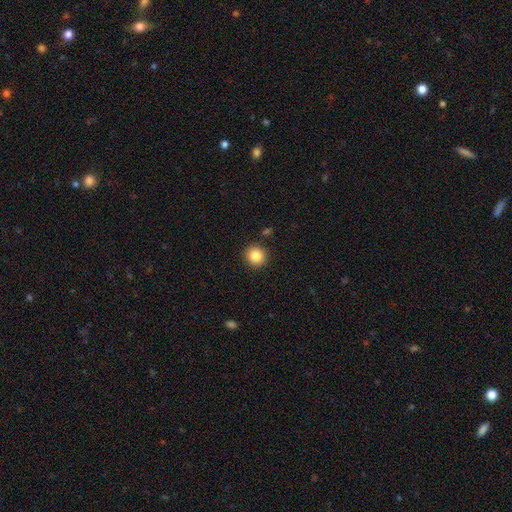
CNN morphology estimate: Smooth or featured?
  - smooth: 85% *
  - star or artifact: 10%
  - featured or disk: 5%
How rounded?
  - round: 92% *
  - in between: 7%
  - cigar-shaped: 1%
Merging?
  - none: 90% *
  - minor disturbance: 6%
  - major disturbance: 2%
  - merger: 2%